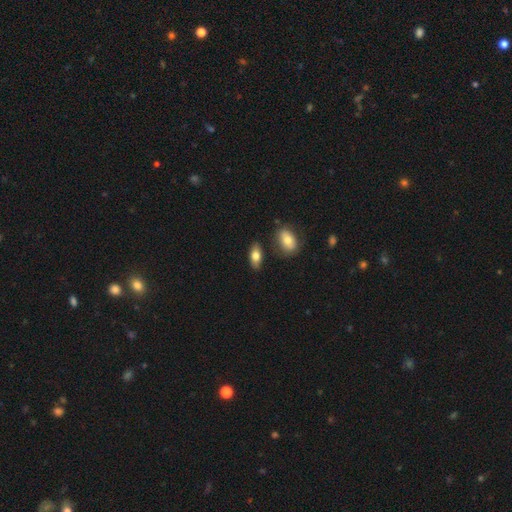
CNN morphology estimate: This is likely a smooth galaxy (77%). How rounded: clearly in between (87%). Merging: clearly none (80%).